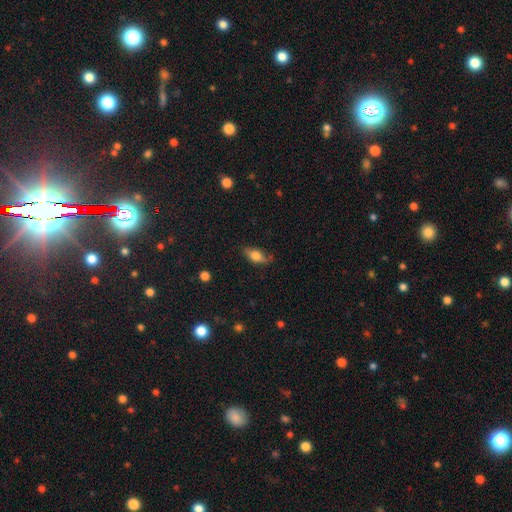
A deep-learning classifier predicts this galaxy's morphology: This is likely a smooth galaxy (64%). How rounded: likely in between (77%). Merging: likely none (71%).